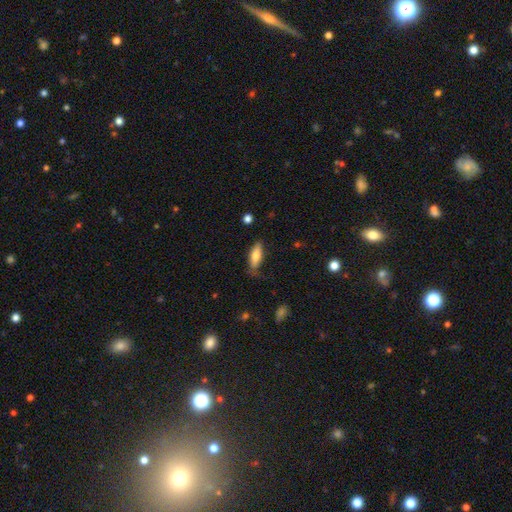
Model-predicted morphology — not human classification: smooth_or_featured: smooth (p=0.76) [alt: featured or disk p=0.17]
how_rounded: in between (p=0.61) [alt: cigar-shaped p=0.37]
merging: none (p=0.64) [alt: minor disturbance p=0.27]